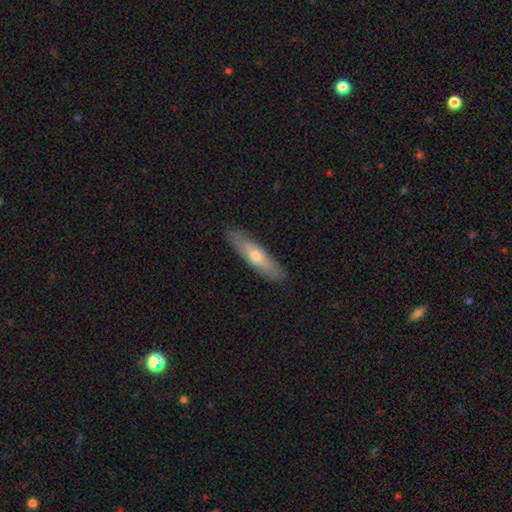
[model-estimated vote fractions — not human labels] Smooth or featured: smooth — 52% (featured or disk — 42%)
How rounded: cigar-shaped — 73% (in between — 25%)
Merging: none — 87% (minor disturbance — 10%)